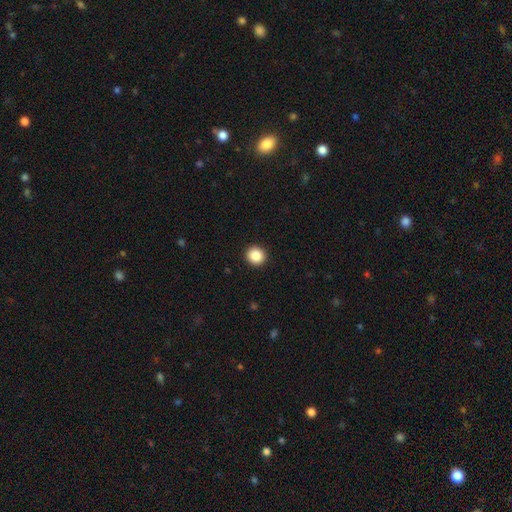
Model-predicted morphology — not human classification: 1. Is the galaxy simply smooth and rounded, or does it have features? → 88% smooth, 9% star or artifact, 3% featured or disk.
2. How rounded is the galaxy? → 92% round, 8% in between, 1% cigar-shaped.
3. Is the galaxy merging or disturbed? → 93% none, 5% minor disturbance, 2% major disturbance, 1% merger.